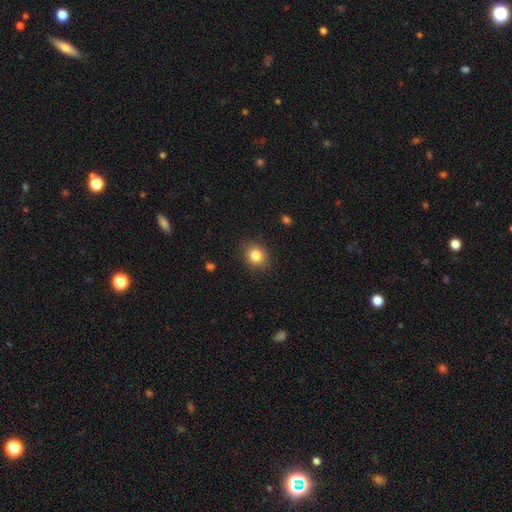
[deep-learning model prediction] Smooth or featured: smooth — 83% (star or artifact — 10%)
How rounded: round — 70% (in between — 29%)
Merging: none — 88% (minor disturbance — 8%)